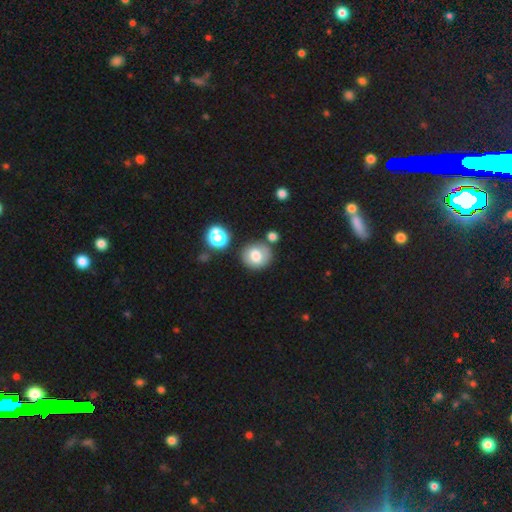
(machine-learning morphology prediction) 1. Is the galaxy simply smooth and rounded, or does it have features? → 73% smooth, 16% featured or disk, 10% star or artifact.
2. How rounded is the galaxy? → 81% round, 18% in between, 1% cigar-shaped.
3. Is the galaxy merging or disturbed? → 75% none, 13% minor disturbance, 8% merger, 4% major disturbance.